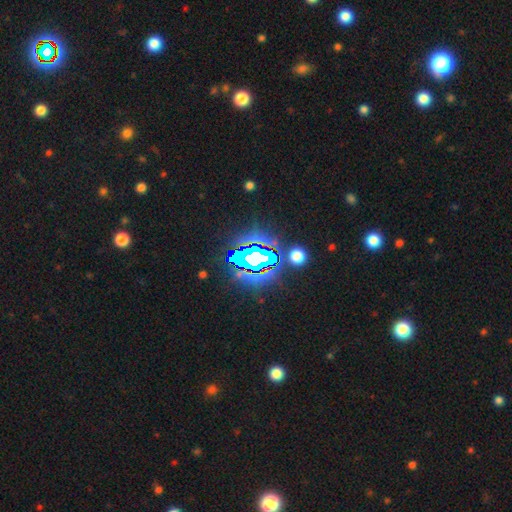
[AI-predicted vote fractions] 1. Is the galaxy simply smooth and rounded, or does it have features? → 80% star or artifact, 11% smooth, 8% featured or disk.